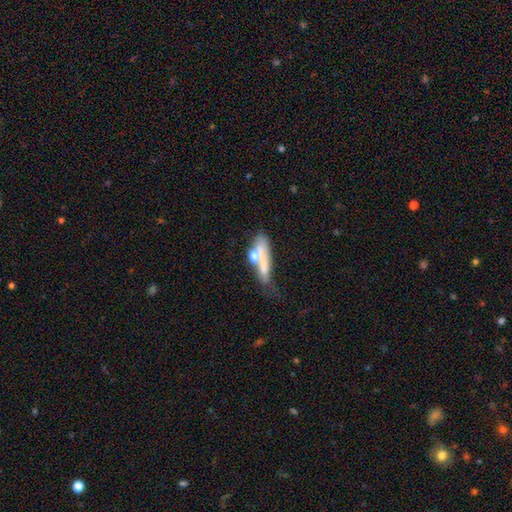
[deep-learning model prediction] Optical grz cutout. It shows a smooth galaxy with no disk features (60%) that is cigar-shaped (45%). Merging: merger (37%).